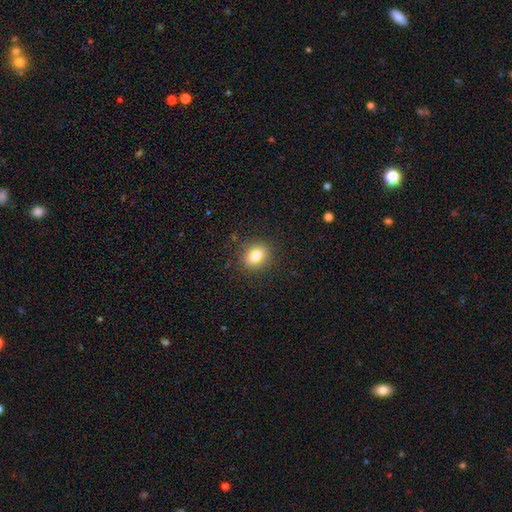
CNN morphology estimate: Smooth or featured?
  - smooth: 81% *
  - star or artifact: 11%
  - featured or disk: 9%
How rounded?
  - round: 61% *
  - in between: 38%
  - cigar-shaped: 1%
Merging?
  - none: 89% *
  - minor disturbance: 8%
  - major disturbance: 3%
  - merger: 1%